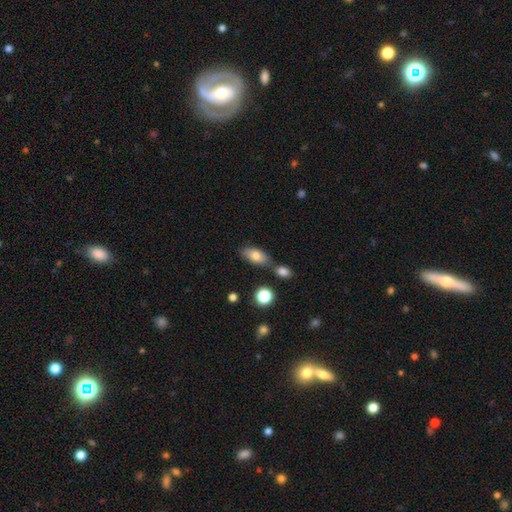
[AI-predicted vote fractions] This is likely a smooth galaxy (77%). How rounded: clearly in between (87%). Merging: likely none (64%).